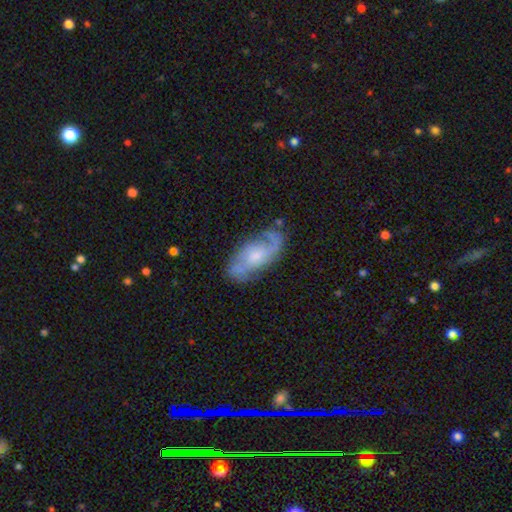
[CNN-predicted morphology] Smooth or featured? Predicted: featured or disk (p=0.79). Edge-on disk? Predicted: no (p=0.94). Bar? Predicted: no (p=0.54). Spiral arms? Predicted: yes (p=0.93). Spiral winding? Predicted: medium (p=0.49). Spiral arm count? Predicted: 2 (p=0.74). Bulge size? Predicted: small (p=0.49). Merging? Predicted: none (p=0.71).